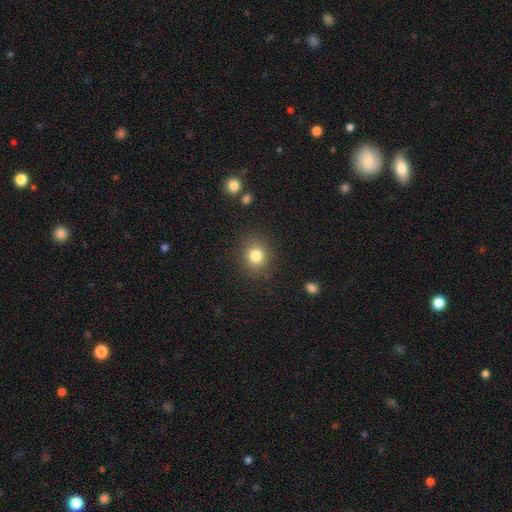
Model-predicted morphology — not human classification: Q: Smooth or featured?
A: smooth (81%); runner-up: star or artifact (11%)
Q: How rounded?
A: round (71%); runner-up: in between (28%)
Q: Merging?
A: none (87%); runner-up: minor disturbance (8%)